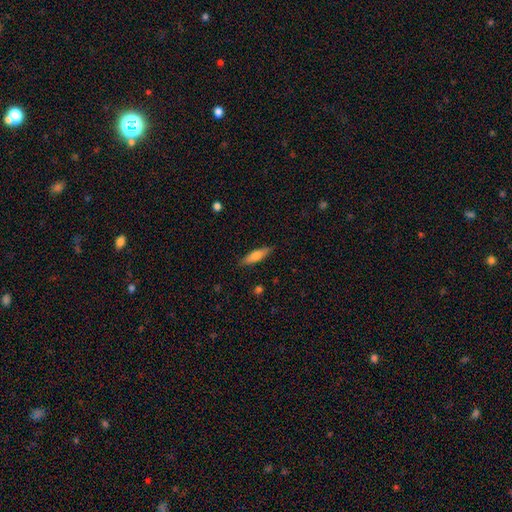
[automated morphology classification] The model was most divided on "how rounded": cigar-shaped: 64%, in between: 34%, round: 2%. More confident: merging — none (87%); smooth or featured — smooth (68%).